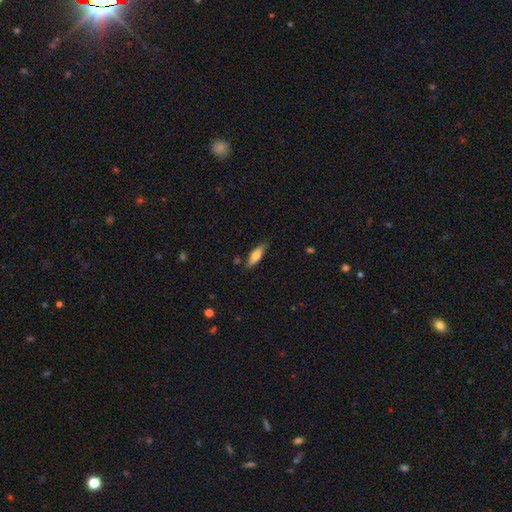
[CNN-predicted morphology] Overall: smooth (69%). How rounded: cigar-shaped (49%, tied with in between). Merging: none (77%).